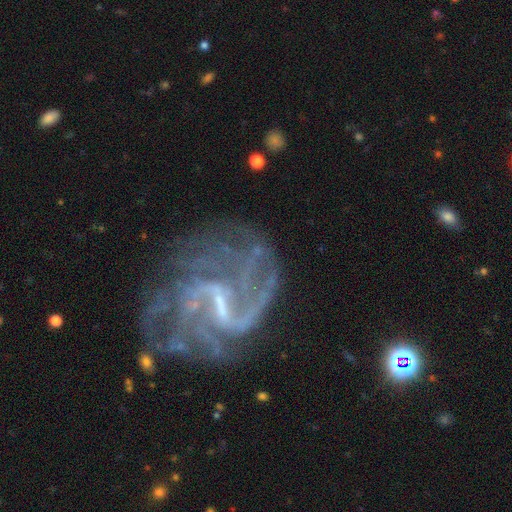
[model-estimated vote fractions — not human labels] Smooth or featured?
  - featured or disk: 88% *
  - star or artifact: 8%
  - smooth: 5%
Edge-on disk?
  - no: 98% *
  - yes: 2%
Bar?
  - weak: 49% *
  - strong: 37%
  - no: 13%
Spiral arms?
  - yes: 92% *
  - no: 8%
Spiral winding?
  - medium: 43% *
  - loose: 37%
  - tight: 19%
Spiral arm count?
  - 2: 29% *
  - can't tell: 25%
  - 3: 18%
  - 4: 11%
  - 1: 9%
  - more than 4: 8%
Bulge size?
  - small: 50% *
  - none: 33%
  - moderate: 15%
  - large: 1%
  - dominant: 1%
Merging?
  - none: 47% *
  - major disturbance: 29%
  - minor disturbance: 18%
  - merger: 6%